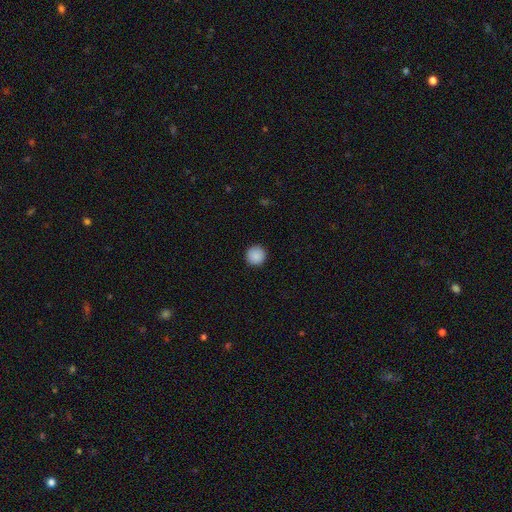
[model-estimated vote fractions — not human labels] Smooth or featured?
  - smooth: 89% *
  - star or artifact: 8%
  - featured or disk: 3%
How rounded?
  - round: 96% *
  - in between: 3%
  - cigar-shaped: 1%
Merging?
  - none: 93% *
  - minor disturbance: 5%
  - major disturbance: 2%
  - merger: 1%